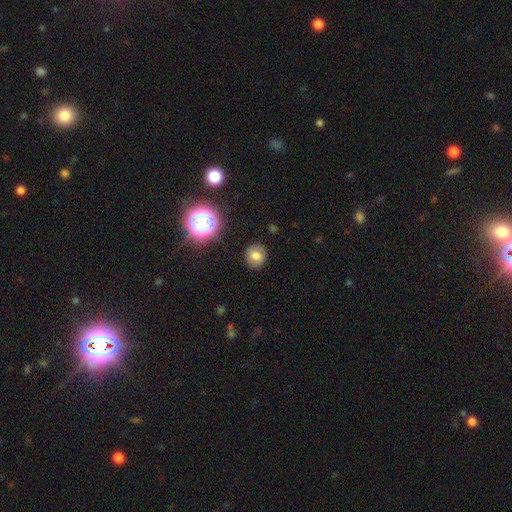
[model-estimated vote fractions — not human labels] Smooth or featured: smooth — 72% (star or artifact — 15%)
How rounded: round — 80% (in between — 19%)
Merging: none — 86% (minor disturbance — 10%)